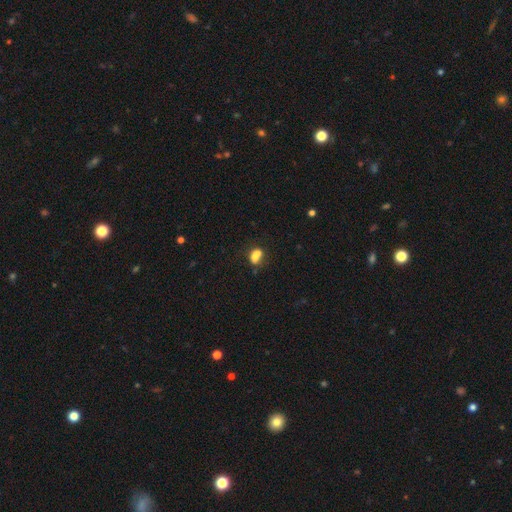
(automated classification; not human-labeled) smooth-or-featured: smooth: 72% | featured or disk: 15% | star or artifact: 13%
  how-rounded: in between: 69% | round: 28% | cigar-shaped: 4%
  merging: none: 40% | merger: 35% | minor disturbance: 17% | major disturbance: 8%